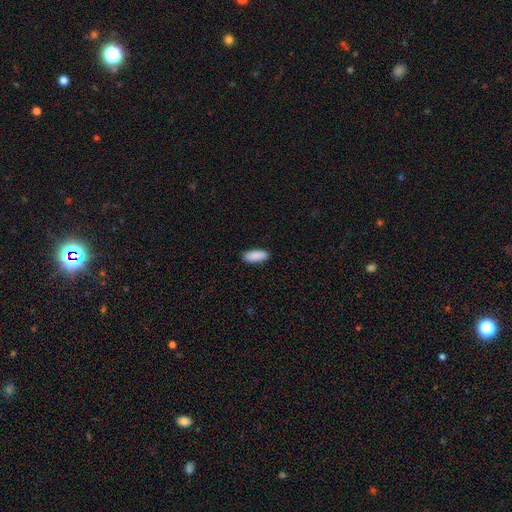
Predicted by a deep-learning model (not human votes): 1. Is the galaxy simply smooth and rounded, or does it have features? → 91% smooth, 6% star or artifact, 4% featured or disk.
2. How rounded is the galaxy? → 81% in between, 17% cigar-shaped, 2% round.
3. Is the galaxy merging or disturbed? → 89% none, 8% minor disturbance, 2% major disturbance, 1% merger.